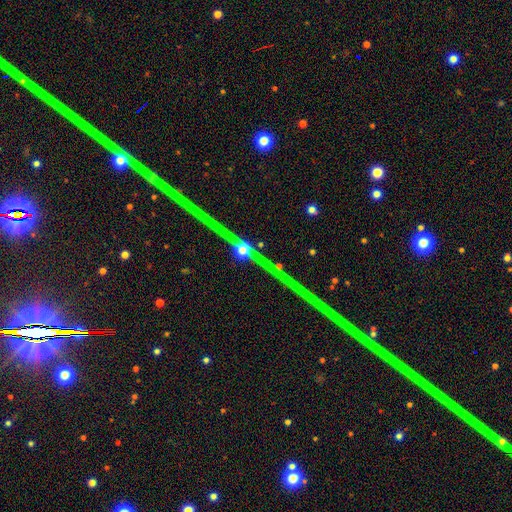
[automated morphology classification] Q: Smooth or featured?
A: star or artifact (77%); runner-up: featured or disk (15%)